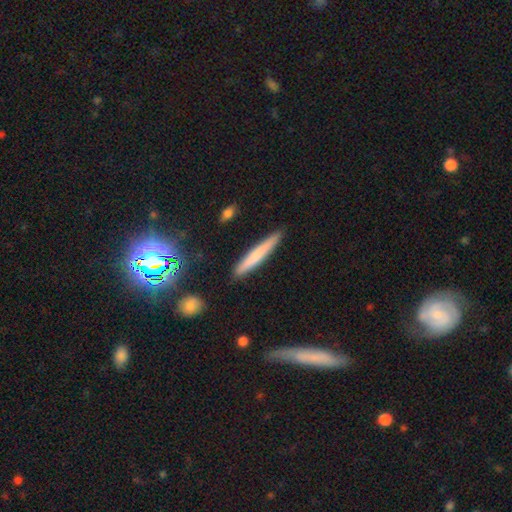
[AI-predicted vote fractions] Overall: smooth (66%). How rounded: cigar-shaped (94%). Merging: none (89%).